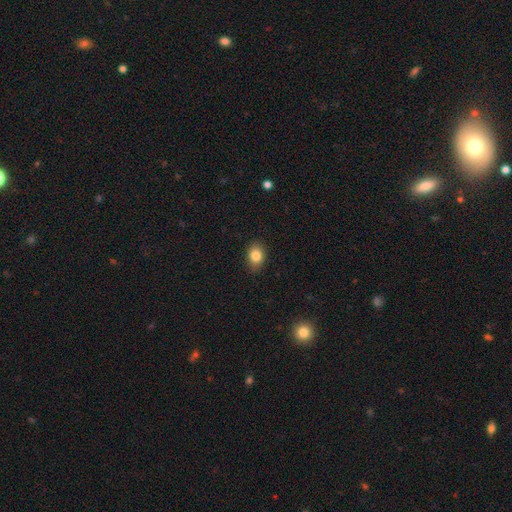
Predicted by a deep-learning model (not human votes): A smooth galaxy with no disk features (83%) that is in between round and cigar-shaped (71%).

Vote fractions:
- Smooth or featured? smooth: 83% / star or artifact: 9% / featured or disk: 8%
- How rounded? in between: 71% / round: 28% / cigar-shaped: 1%
- Merging? none: 87% / minor disturbance: 10% / major disturbance: 2% / merger: 1%